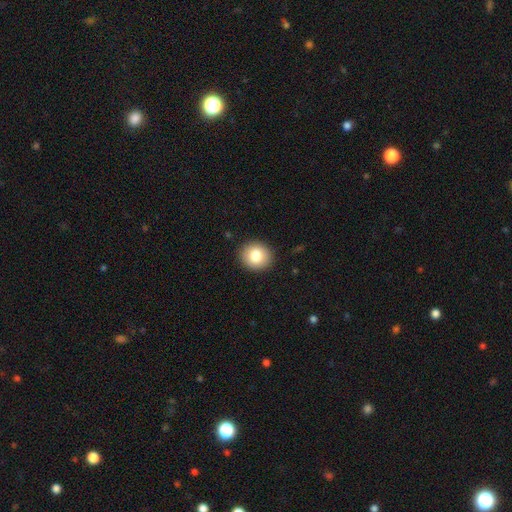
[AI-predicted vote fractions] This is likely a smooth galaxy (80%). How rounded: clearly round (81%). Merging: clearly none (91%).